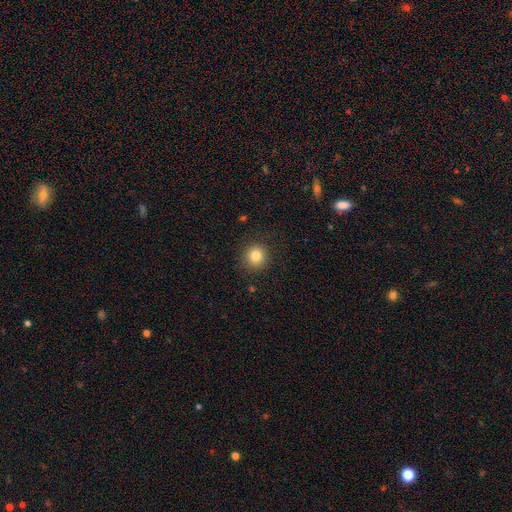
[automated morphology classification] Q: Smooth or featured?
A: smooth (82%); runner-up: star or artifact (11%)
Q: How rounded?
A: round (92%); runner-up: in between (7%)
Q: Merging?
A: none (90%); runner-up: minor disturbance (7%)